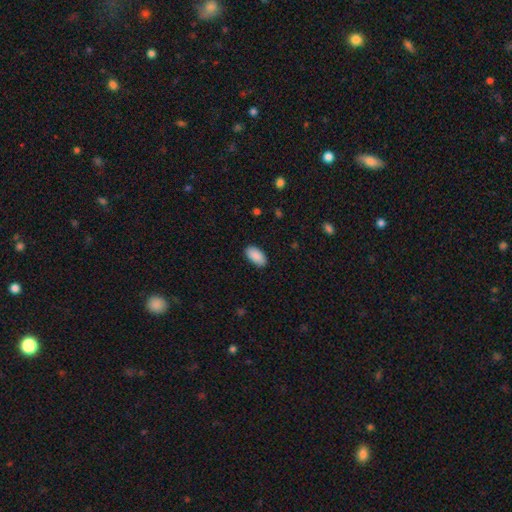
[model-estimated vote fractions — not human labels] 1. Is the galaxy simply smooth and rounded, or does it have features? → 91% smooth, 6% star or artifact, 3% featured or disk.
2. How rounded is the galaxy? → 95% in between, 3% round, 2% cigar-shaped.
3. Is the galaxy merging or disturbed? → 88% none, 9% minor disturbance, 2% major disturbance, 1% merger.